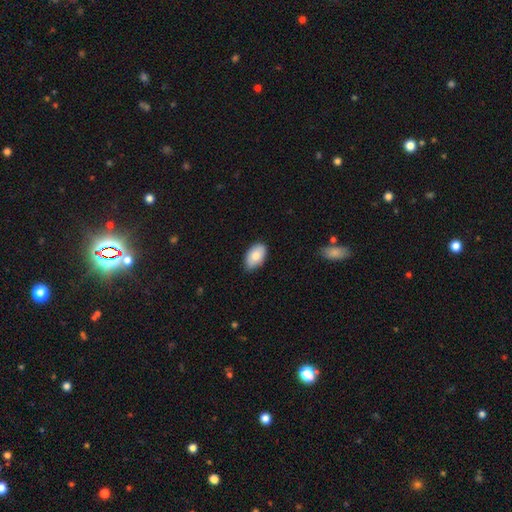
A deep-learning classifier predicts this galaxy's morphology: The model was most divided on "smooth or featured": smooth: 78%, featured or disk: 15%, star or artifact: 7%. More confident: how rounded — in between (92%); merging — none (81%).